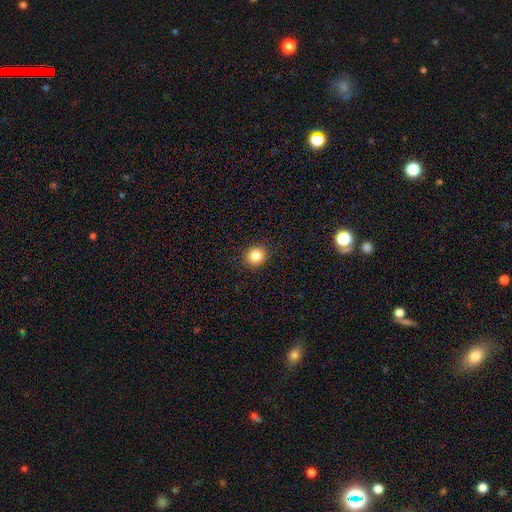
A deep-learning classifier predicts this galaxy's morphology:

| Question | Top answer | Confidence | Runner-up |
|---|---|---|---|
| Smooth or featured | smooth | 84% | star or artifact (11%) |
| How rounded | round | 87% | in between (12%) |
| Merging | none | 92% | minor disturbance (5%) |